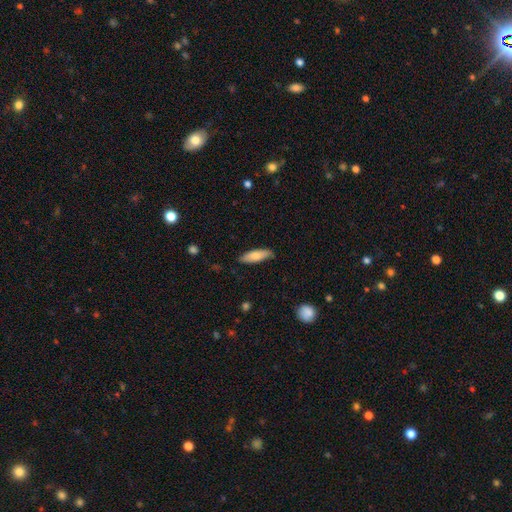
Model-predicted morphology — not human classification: smooth-or-featured: smooth: 74% | featured or disk: 20% | star or artifact: 6%
  how-rounded: in between: 53% | cigar-shaped: 46% | round: 2%
  merging: none: 80% | minor disturbance: 17% | major disturbance: 2% | merger: 1%